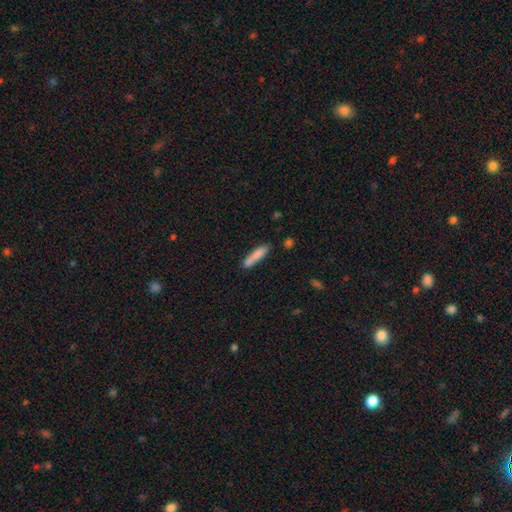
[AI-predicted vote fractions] Q: Smooth or featured?
A: smooth (80%); runner-up: featured or disk (13%)
Q: How rounded?
A: cigar-shaped (87%); runner-up: in between (12%)
Q: Merging?
A: none (73%); runner-up: minor disturbance (16%)